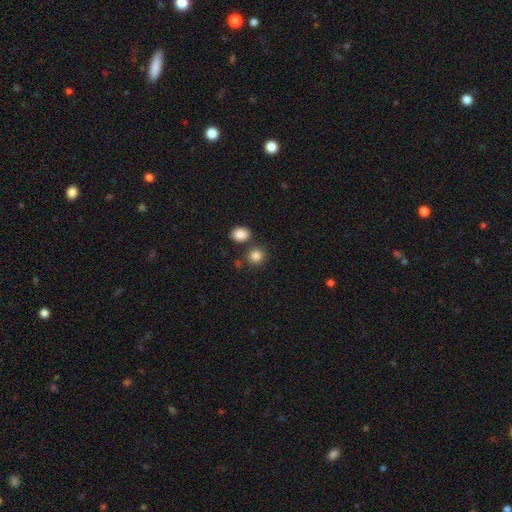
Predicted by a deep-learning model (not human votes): Smooth or featured: smooth — 85% (star or artifact — 10%)
How rounded: round — 83% (in between — 16%)
Merging: none — 74% (merger — 15%)